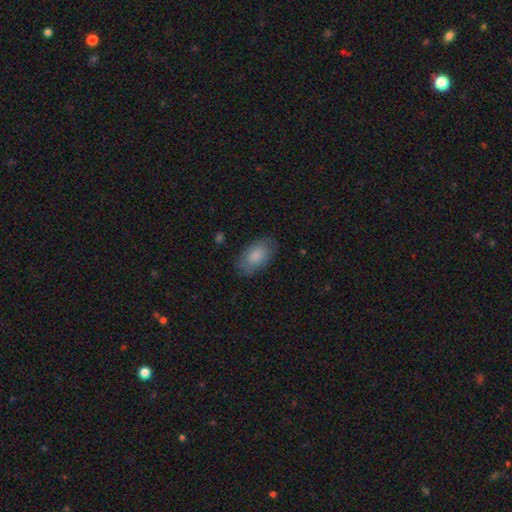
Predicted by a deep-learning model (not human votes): Smooth or featured: smooth — 84% (featured or disk — 10%)
How rounded: in between — 93% (round — 5%)
Merging: none — 79% (minor disturbance — 16%)